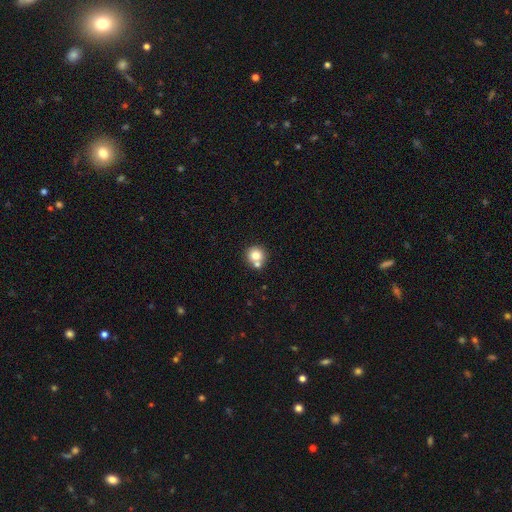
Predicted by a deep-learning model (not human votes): Smooth or featured?
  - smooth: 78% *
  - featured or disk: 12%
  - star or artifact: 10%
How rounded?
  - round: 90% *
  - in between: 9%
  - cigar-shaped: 1%
Merging?
  - none: 57% *
  - merger: 31%
  - minor disturbance: 8%
  - major disturbance: 3%